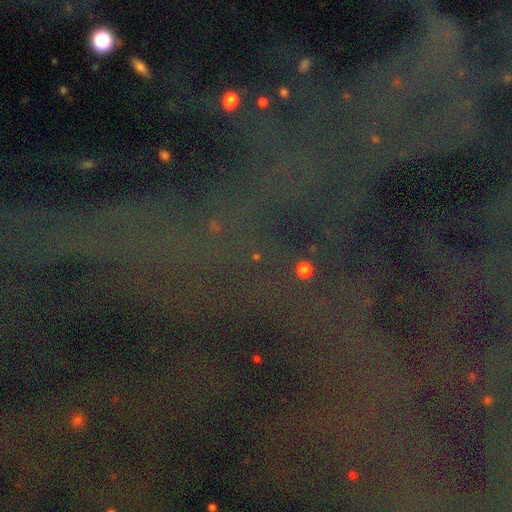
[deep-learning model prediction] star or artifact 82%, smooth 9%, featured or disk 9%.